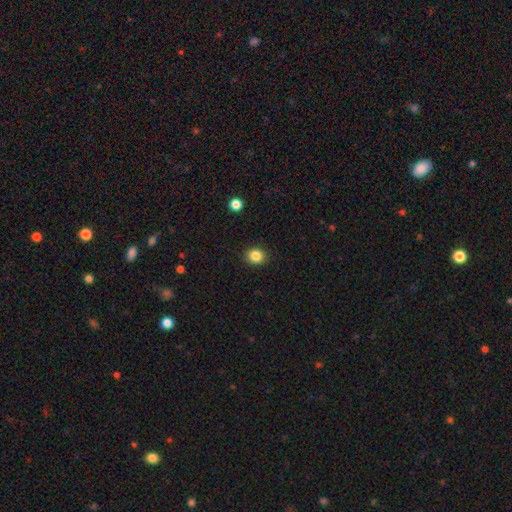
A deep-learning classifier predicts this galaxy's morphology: This is clearly a smooth galaxy (86%). How rounded: likely round (73%). Merging: clearly none (90%).